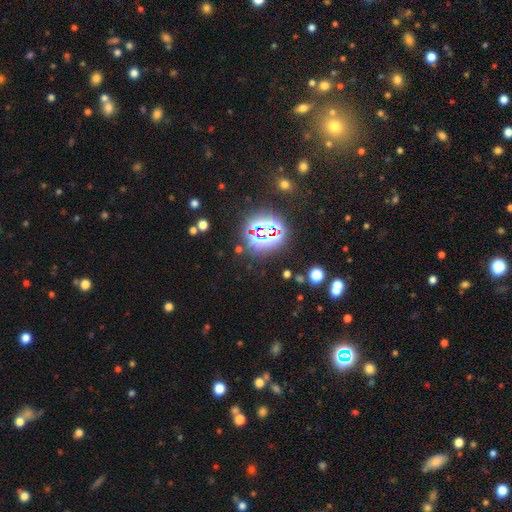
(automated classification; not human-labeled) Smooth or featured?
  - star or artifact: 80% *
  - smooth: 13%
  - featured or disk: 7%